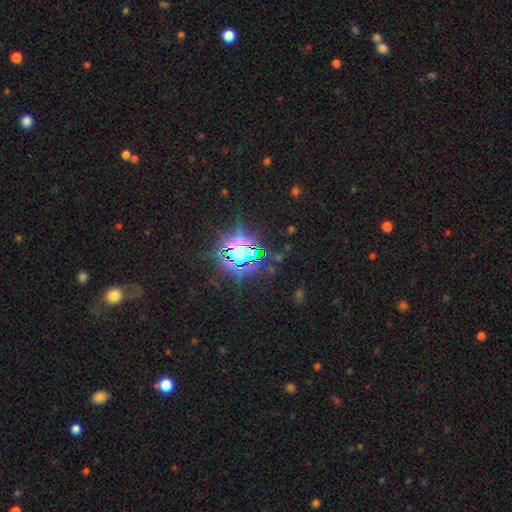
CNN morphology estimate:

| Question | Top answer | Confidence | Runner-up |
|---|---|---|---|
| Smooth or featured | star or artifact | 83% | smooth (10%) |